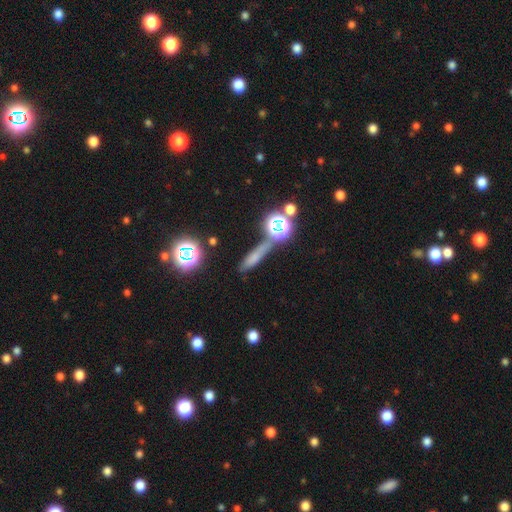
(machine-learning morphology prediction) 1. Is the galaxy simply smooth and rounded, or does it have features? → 53% smooth, 29% star or artifact, 18% featured or disk.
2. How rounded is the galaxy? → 70% cigar-shaped, 19% in between, 12% round.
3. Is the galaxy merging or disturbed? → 66% none, 16% minor disturbance, 12% merger, 6% major disturbance.